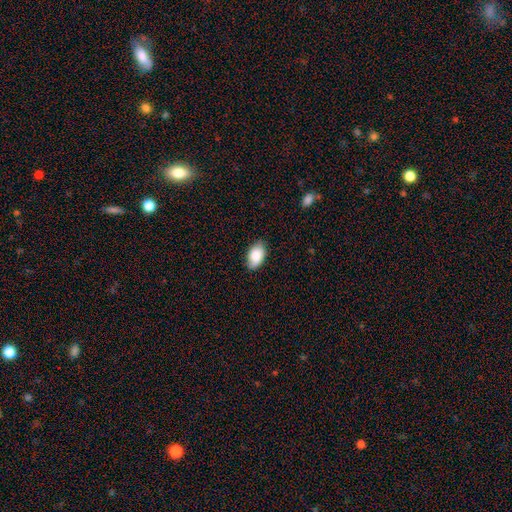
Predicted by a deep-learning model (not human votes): smooth_or_featured: smooth (p=0.83) [alt: featured or disk p=0.10]
how_rounded: in between (p=0.93) [alt: round p=0.05]
merging: none (p=0.83) [alt: minor disturbance p=0.14]